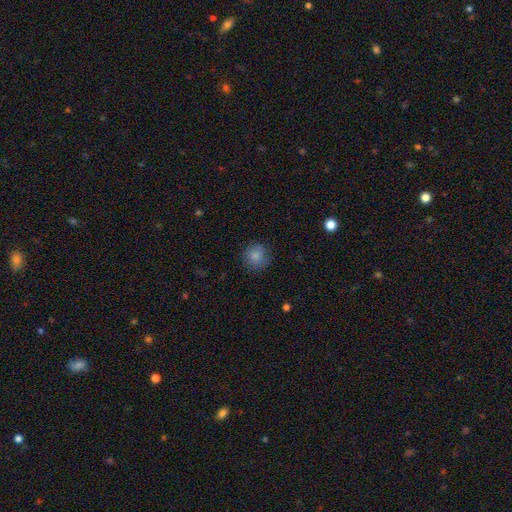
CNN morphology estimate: smooth-or-featured: smooth: 84% | star or artifact: 10% | featured or disk: 6%
  how-rounded: round: 90% | in between: 9% | cigar-shaped: 1%
  merging: none: 82% | minor disturbance: 14% | major disturbance: 4% | merger: 1%